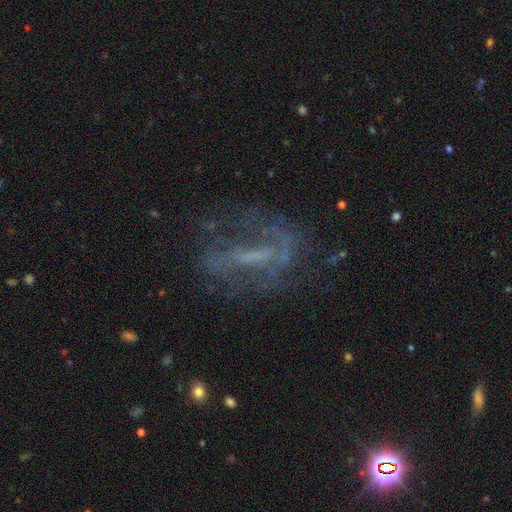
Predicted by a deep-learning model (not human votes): Morphology: type=featured or disk (68%); edge-on=no (84%); bar=strong (49%); spiral arms=yes (60%); bulge=none (51%); merging=none (55%).